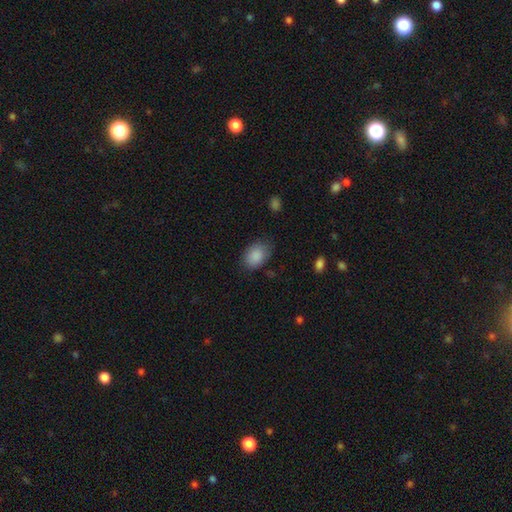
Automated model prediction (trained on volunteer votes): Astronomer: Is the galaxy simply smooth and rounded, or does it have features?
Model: smooth — 88%.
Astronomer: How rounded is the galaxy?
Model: in between — 83%.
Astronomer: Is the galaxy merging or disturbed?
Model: none — 76%.